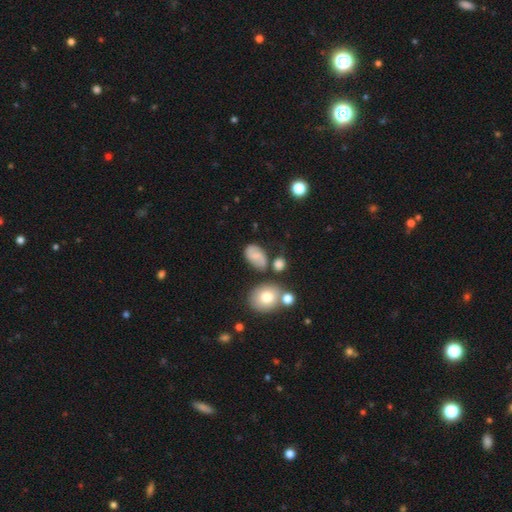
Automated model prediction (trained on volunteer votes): Smooth or featured? smooth (49%)
Merging? none (64%)